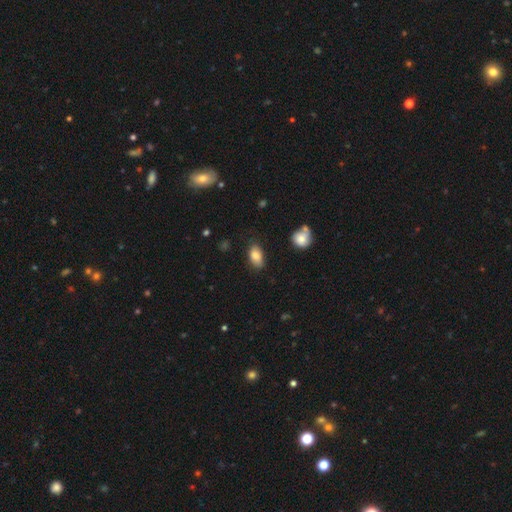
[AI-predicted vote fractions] Smooth or featured? smooth (85%)
How rounded? in between (90%)
Merging? none (74%)